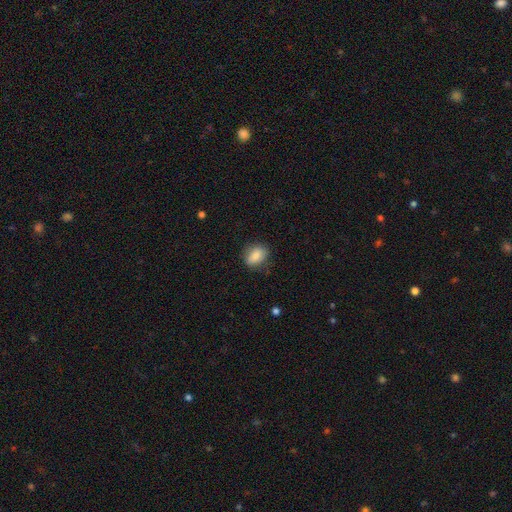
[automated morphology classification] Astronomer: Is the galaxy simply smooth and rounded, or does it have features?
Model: smooth — 83%.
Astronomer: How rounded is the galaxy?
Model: in between — 73%.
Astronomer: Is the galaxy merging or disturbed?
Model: none — 79%.